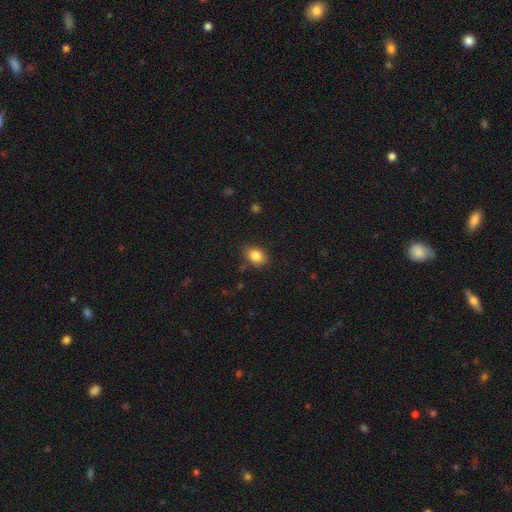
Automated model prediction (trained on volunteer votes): Smooth or featured?
  - smooth: 84% *
  - star or artifact: 9%
  - featured or disk: 7%
How rounded?
  - in between: 79% *
  - round: 20%
  - cigar-shaped: 1%
Merging?
  - none: 83% *
  - minor disturbance: 13%
  - major disturbance: 3%
  - merger: 2%